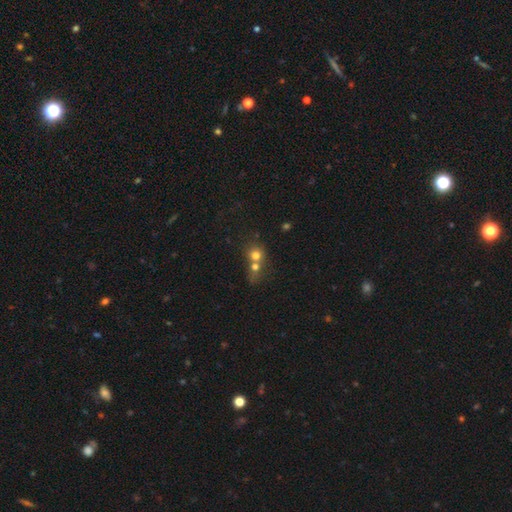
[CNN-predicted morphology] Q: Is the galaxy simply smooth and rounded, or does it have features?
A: smooth — 71%.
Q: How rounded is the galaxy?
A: round — 79%.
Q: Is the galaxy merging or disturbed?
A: merger — 62%.